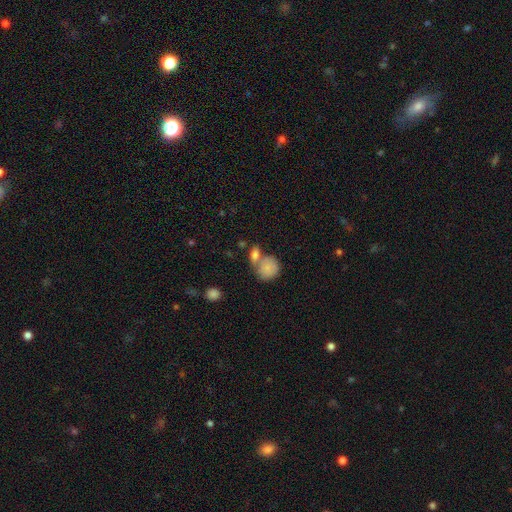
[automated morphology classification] A smooth galaxy with no disk features (75%) that is round (68%). Merging: none (45%).